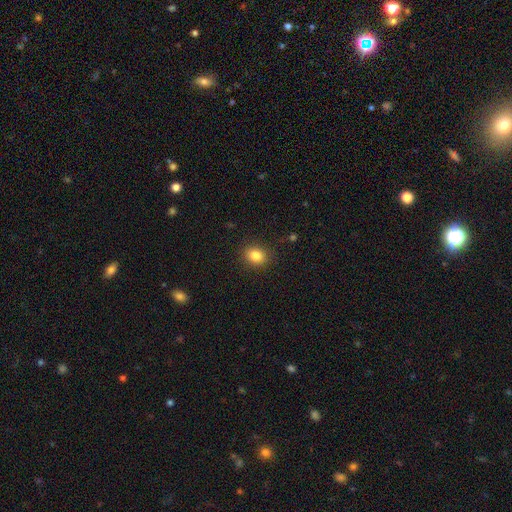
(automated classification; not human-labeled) This appears to be a smooth galaxy with no disk features (84%) that is in between round and cigar-shaped (51%). Merging: none (88%).